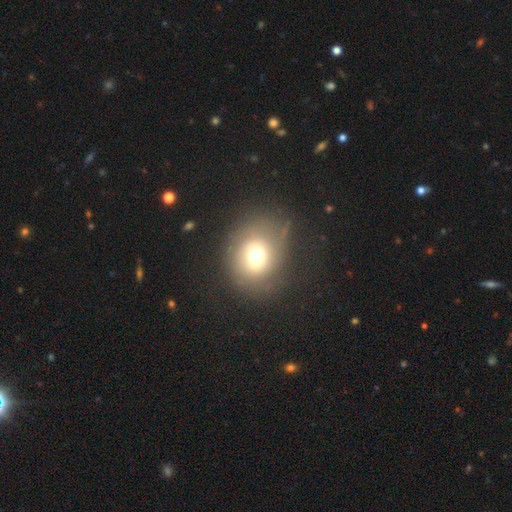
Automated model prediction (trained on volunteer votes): The model was most divided on "how rounded": round: 74%, in between: 25%, cigar-shaped: 1%. More confident: merging — none (68%); smooth or featured — smooth (68%).